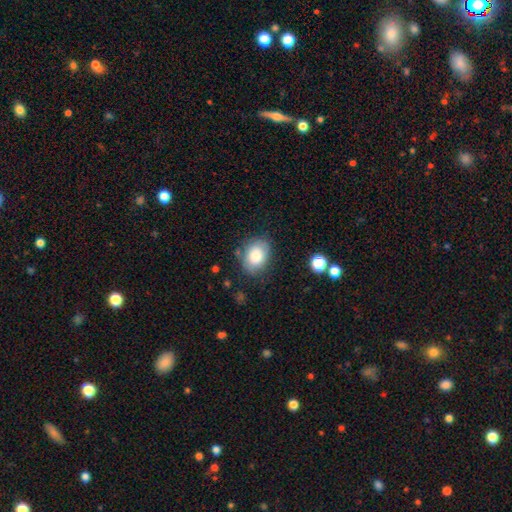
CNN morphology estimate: This is clearly a smooth galaxy (81%). How rounded: likely in between (67%). Merging: likely none (75%).